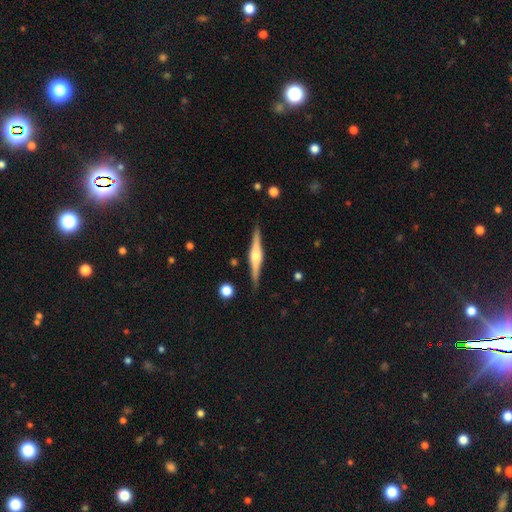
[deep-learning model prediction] A featured or disk galaxy (79%) viewed edge-on (98%) with a rounded central bulge (86%).

Vote fractions:
- Smooth or featured? featured or disk: 79% / smooth: 16% / star or artifact: 5%
- Edge-on disk? yes: 98% / no: 2%
- Edge-on bulge? rounded: 86% / boxy: 11% / none: 3%
- Merging? none: 89% / minor disturbance: 8% / major disturbance: 2% / merger: 1%